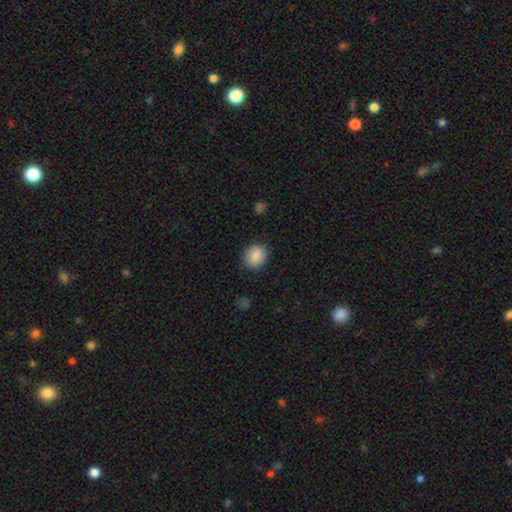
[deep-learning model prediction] Overall: smooth (88%). How rounded: round (58%; in between 41%). Merging: none (83%).